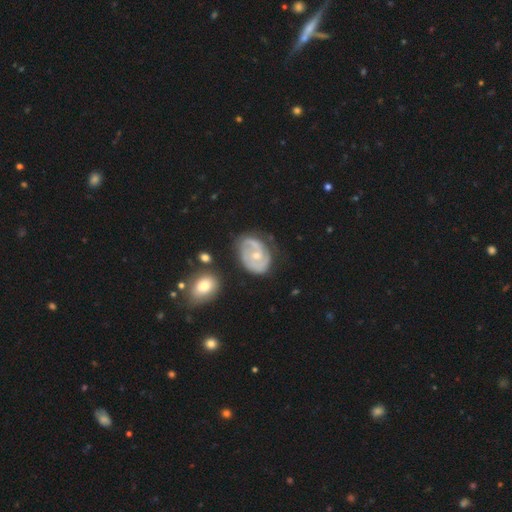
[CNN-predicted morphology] smooth_or_featured: featured or disk (p=0.78) [alt: smooth p=0.17]
disk_edge_on: no (p=0.97) [alt: yes p=0.03]
bar: no (p=0.70) [alt: weak p=0.25]
has_spiral_arms: yes (p=0.86) [alt: no p=0.14]
spiral_winding: tight (p=0.50) [alt: medium p=0.34]
spiral_arm_count: 2 (p=0.52) [alt: can't tell p=0.22]
bulge_size: small (p=0.55) [alt: moderate p=0.42]
merging: none (p=0.58) [alt: minor disturbance p=0.26]